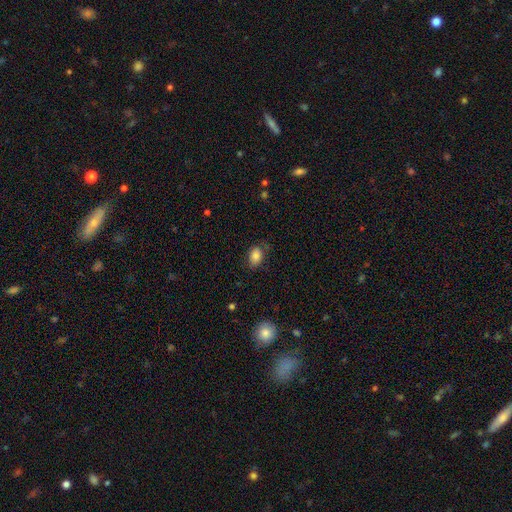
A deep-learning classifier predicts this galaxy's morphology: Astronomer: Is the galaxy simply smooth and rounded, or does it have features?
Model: smooth — 84%.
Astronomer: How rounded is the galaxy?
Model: in between — 82%.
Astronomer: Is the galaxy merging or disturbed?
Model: none — 73%.